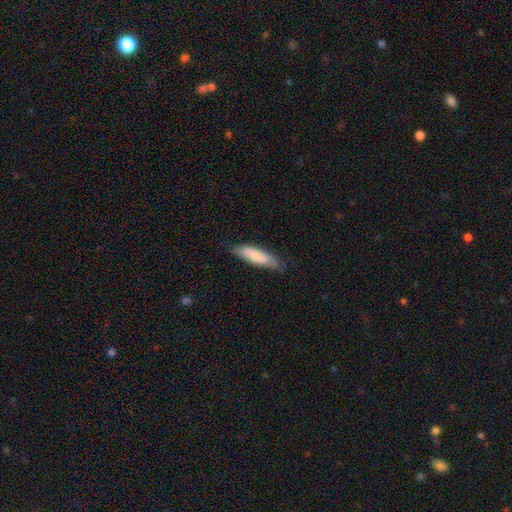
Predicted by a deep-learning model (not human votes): Smooth or featured: smooth — 78% (featured or disk — 17%)
How rounded: cigar-shaped — 59% (in between — 39%)
Merging: none — 74% (minor disturbance — 21%)